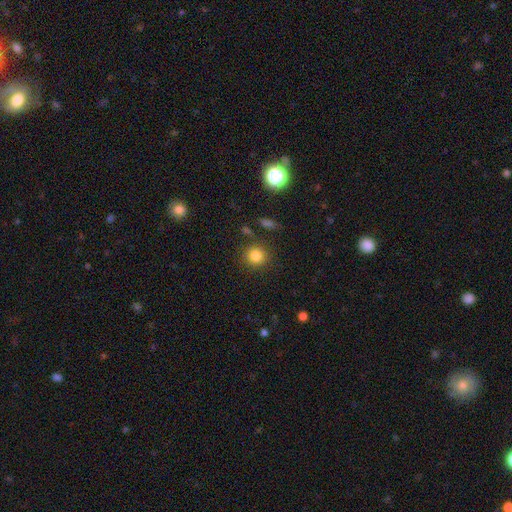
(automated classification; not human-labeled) Smooth or featured: smooth — 83% (star or artifact — 12%)
How rounded: round — 89% (in between — 10%)
Merging: none — 85% (minor disturbance — 9%)